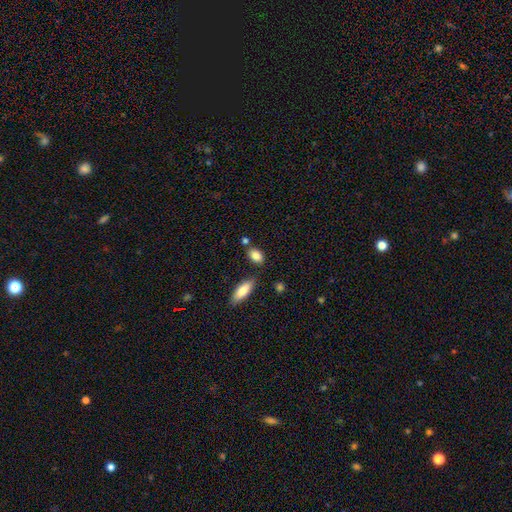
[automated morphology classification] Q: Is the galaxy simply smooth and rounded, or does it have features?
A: smooth — 86%.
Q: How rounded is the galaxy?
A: in between — 84%.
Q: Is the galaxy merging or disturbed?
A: none — 69%.